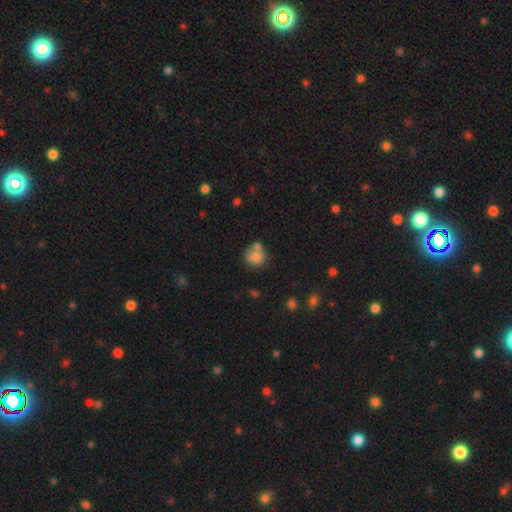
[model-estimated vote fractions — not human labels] The model was most divided on "merging": none: 51%, merger: 30%, minor disturbance: 14%, major disturbance: 6%. More confident: smooth or featured — smooth (81%); how rounded — round (77%).